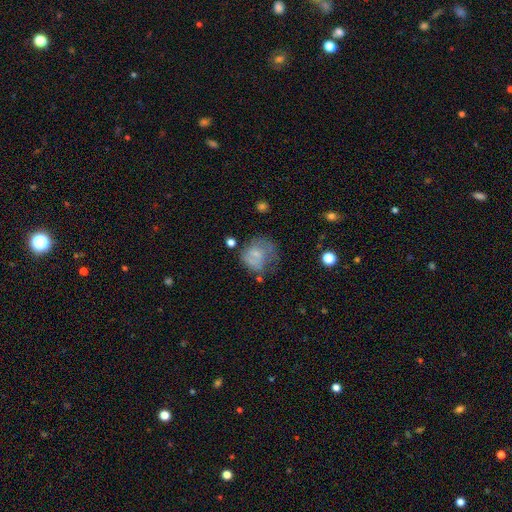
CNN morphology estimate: Smooth or featured? Predicted: smooth (p=0.55). How rounded? Predicted: round (p=0.65). Merging? Predicted: major disturbance (p=0.35).